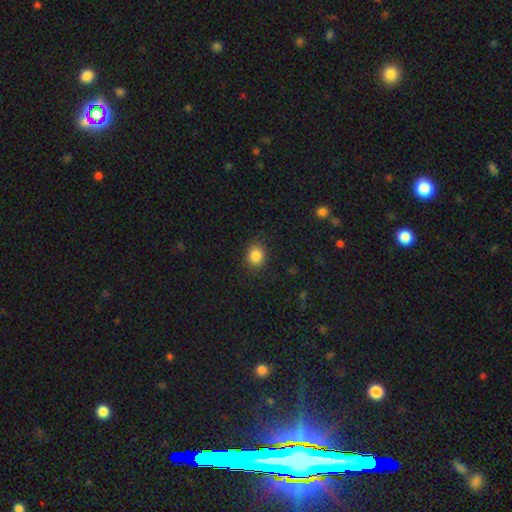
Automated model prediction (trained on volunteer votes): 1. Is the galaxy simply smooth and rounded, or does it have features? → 86% smooth, 10% star or artifact, 4% featured or disk.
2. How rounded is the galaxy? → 69% round, 30% in between, 1% cigar-shaped.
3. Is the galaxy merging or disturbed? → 85% none, 11% minor disturbance, 3% major disturbance, 1% merger.